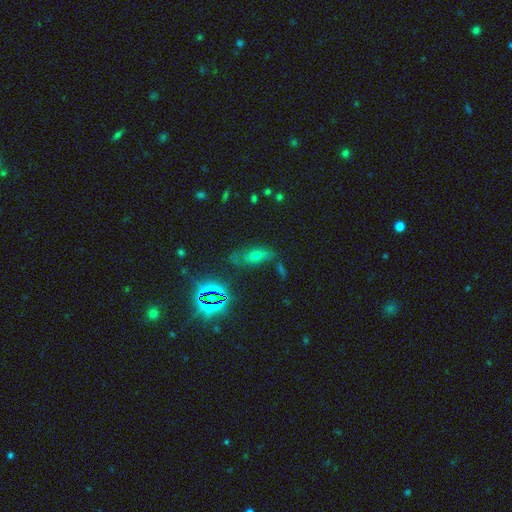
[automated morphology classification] Smooth or featured: smooth — 42% (star or artifact — 31%)
Merging: none — 61% (minor disturbance — 21%)